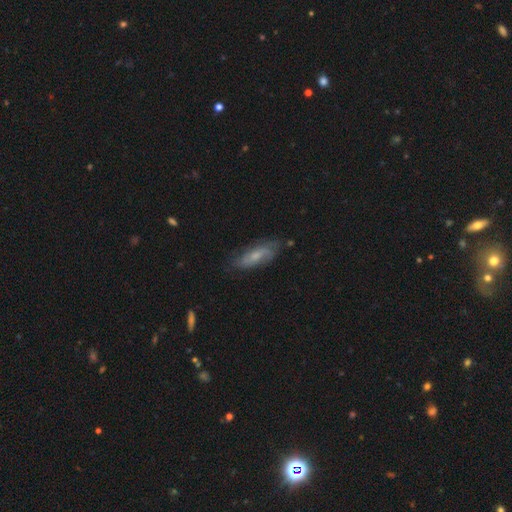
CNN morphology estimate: The model was most divided on "smooth or featured": featured or disk: 47%, smooth: 45%, star or artifact: 8%. More confident: merging — none (71%).